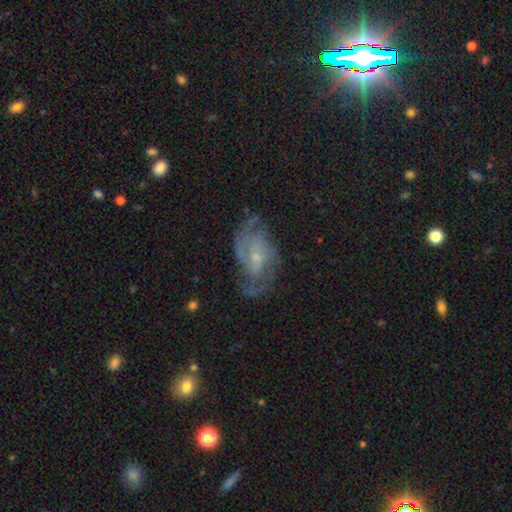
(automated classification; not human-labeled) Smooth or featured: featured or disk — 78% (smooth — 14%)
Edge-on disk: no — 96% (yes — 4%)
Bar: no — 61% (weak — 33%)
Spiral arms: yes — 89% (no — 11%)
Spiral winding: medium — 47% (tight — 33%)
Spiral arm count: 2 — 41% (can't tell — 27%)
Bulge size: small — 69% (moderate — 22%)
Merging: none — 60% (minor disturbance — 22%)